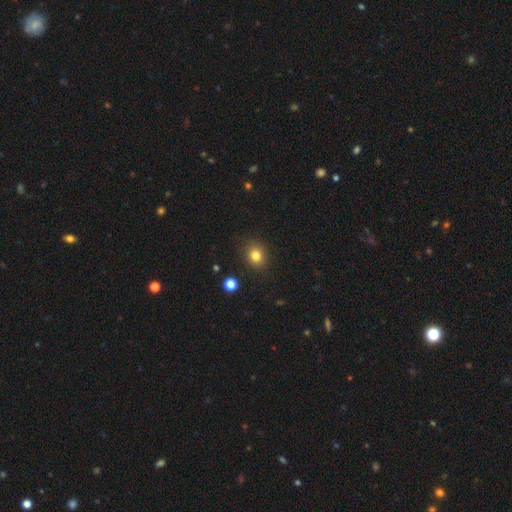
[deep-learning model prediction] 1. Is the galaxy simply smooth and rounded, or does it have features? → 81% smooth, 13% star or artifact, 7% featured or disk.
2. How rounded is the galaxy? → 70% round, 30% in between, 1% cigar-shaped.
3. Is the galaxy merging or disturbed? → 89% none, 7% minor disturbance, 2% major disturbance, 1% merger.